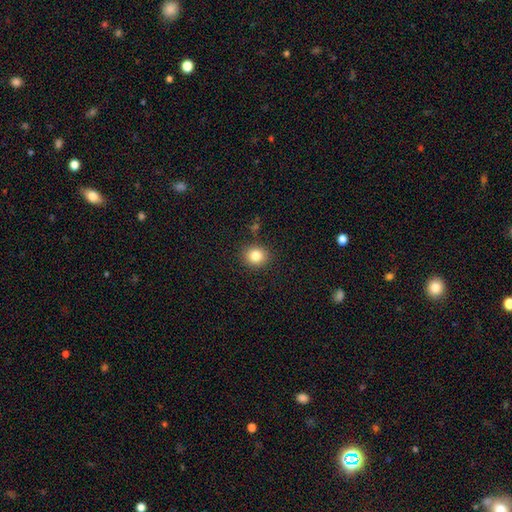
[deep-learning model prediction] This is clearly a smooth galaxy (82%). How rounded: clearly round (81%). Merging: clearly none (89%).